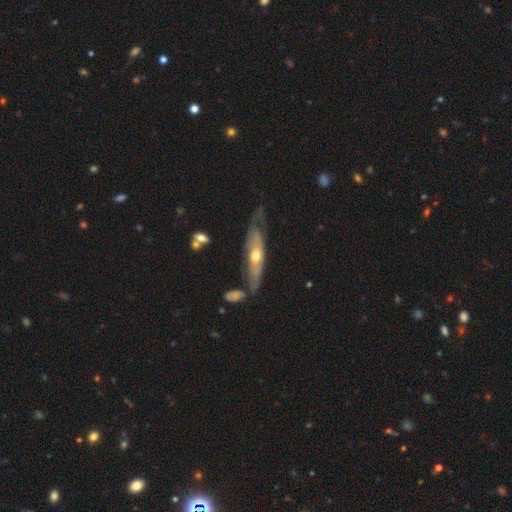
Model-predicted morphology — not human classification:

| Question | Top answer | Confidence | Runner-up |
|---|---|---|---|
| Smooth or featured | featured or disk | 64% | smooth (31%) |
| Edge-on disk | no | 55% | yes (45%) |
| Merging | none | 50% | minor disturbance (28%) |